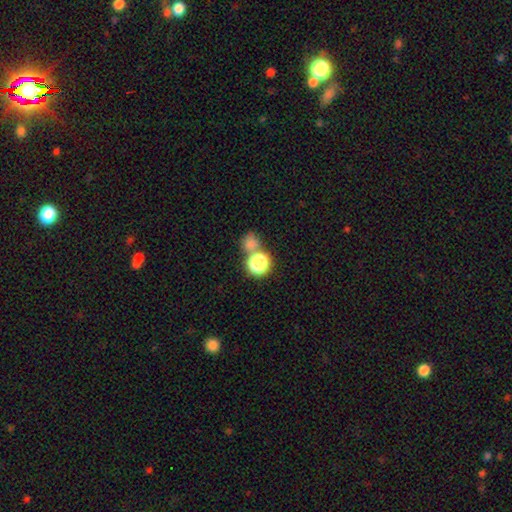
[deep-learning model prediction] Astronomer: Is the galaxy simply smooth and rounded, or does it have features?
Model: star or artifact — 46% (runner-up: smooth, 43%).